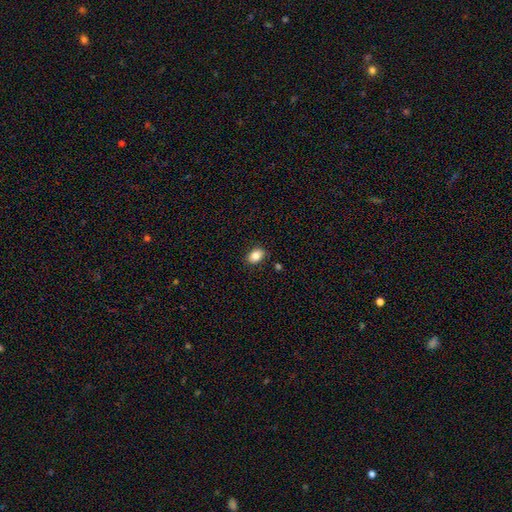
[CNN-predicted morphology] This appears to be a smooth galaxy with no disk features (83%) that is in between round and cigar-shaped (82%). Merging: none (86%).